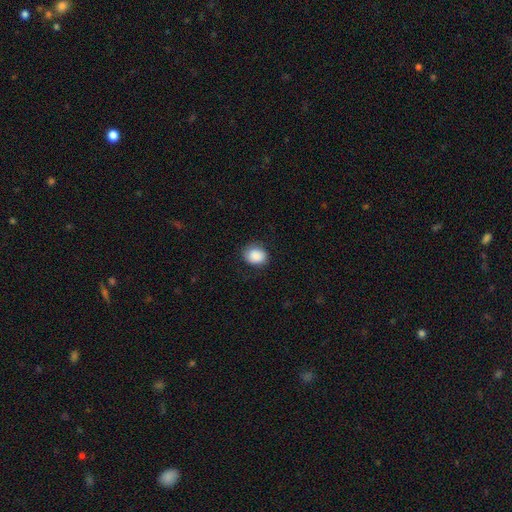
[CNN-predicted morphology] This appears to be a smooth galaxy with no disk features (88%) that is round (53%). Merging: none (79%).